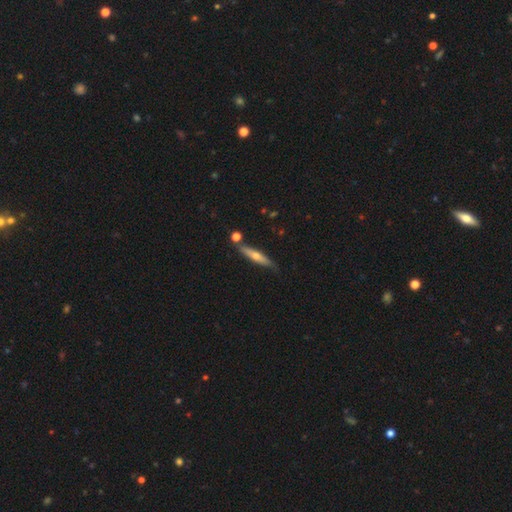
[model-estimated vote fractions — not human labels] Smooth or featured? featured or disk (53%)
Edge-on disk? yes (90%)
Merging? none (78%)